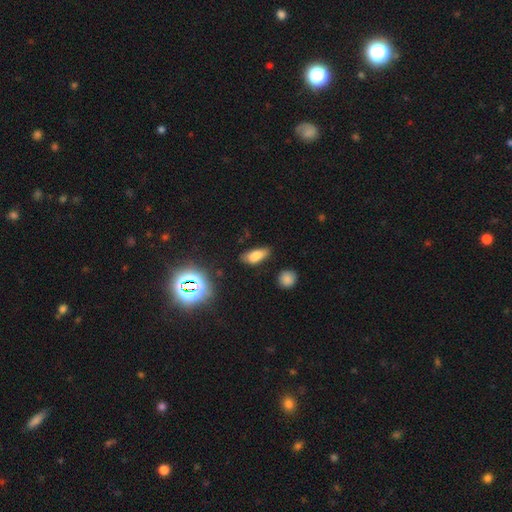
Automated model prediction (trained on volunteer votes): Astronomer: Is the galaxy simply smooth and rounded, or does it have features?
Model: smooth — 78%.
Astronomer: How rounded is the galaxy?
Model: in between — 84%.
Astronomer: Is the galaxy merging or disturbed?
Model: none — 70%.